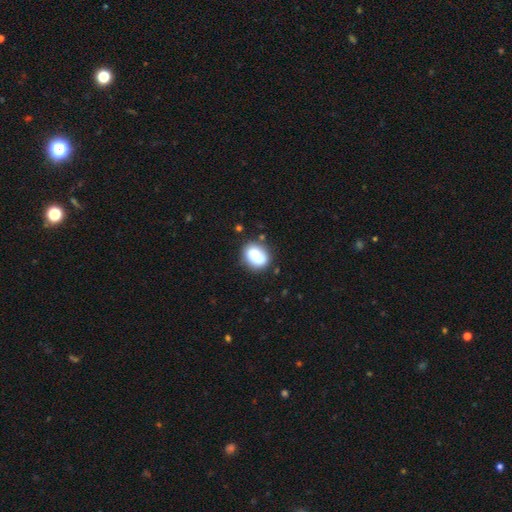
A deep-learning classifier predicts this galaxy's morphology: Q: Smooth or featured?
A: smooth (74%); runner-up: featured or disk (18%)
Q: How rounded?
A: in between (57%); runner-up: round (42%)
Q: Merging?
A: none (69%); runner-up: minor disturbance (19%)